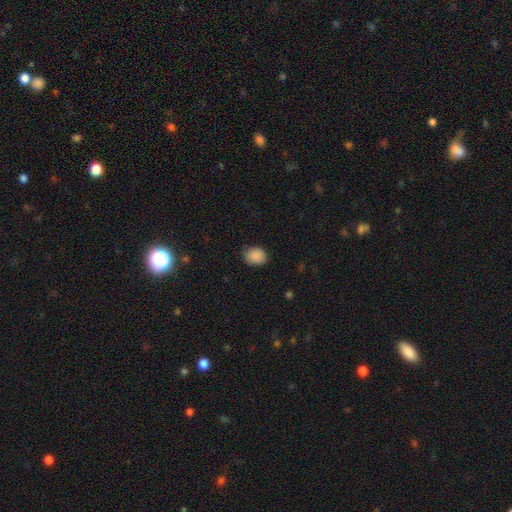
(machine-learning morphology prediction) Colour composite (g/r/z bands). It shows a smooth galaxy with no disk features (89%) that is round (52%). Merging: none (80%).